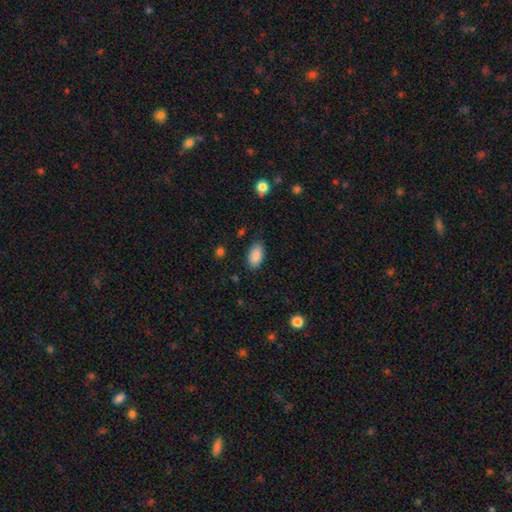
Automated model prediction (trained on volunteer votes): Smooth or featured?
  - smooth: 88% *
  - star or artifact: 7%
  - featured or disk: 4%
How rounded?
  - in between: 93% *
  - round: 4%
  - cigar-shaped: 3%
Merging?
  - none: 83% *
  - minor disturbance: 13%
  - major disturbance: 3%
  - merger: 1%